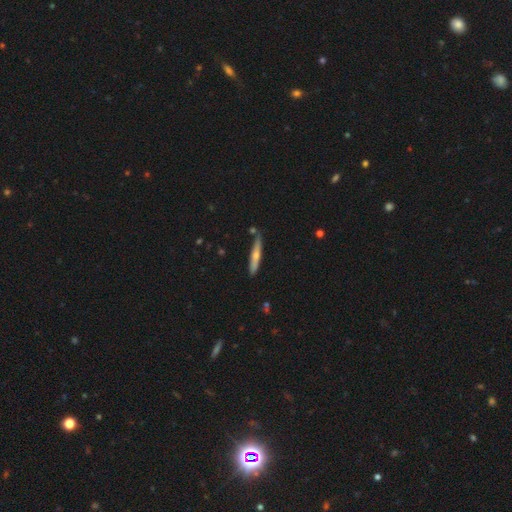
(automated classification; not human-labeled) Smooth or featured: smooth — 54% (featured or disk — 40%)
How rounded: cigar-shaped — 93% (in between — 6%)
Merging: none — 78% (minor disturbance — 14%)